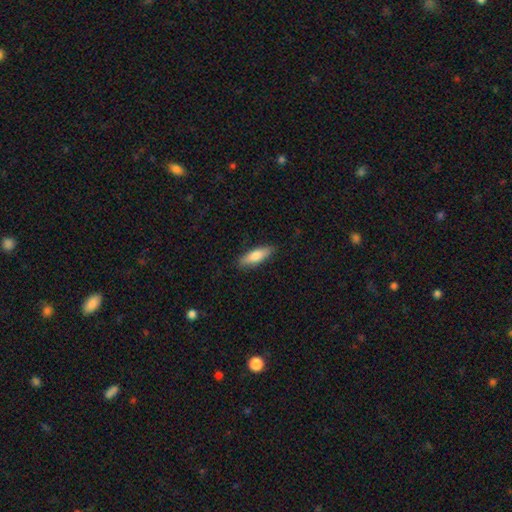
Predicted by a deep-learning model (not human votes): Morphology: type=smooth (79%); roundness=in between (50%); merging=none (87%).